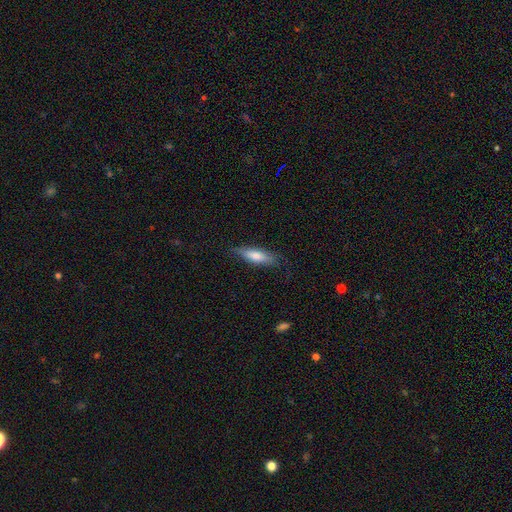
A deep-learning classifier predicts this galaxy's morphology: Smooth or featured? Predicted: smooth (p=0.66). How rounded? Predicted: cigar-shaped (p=0.65). Merging? Predicted: none (p=0.77).